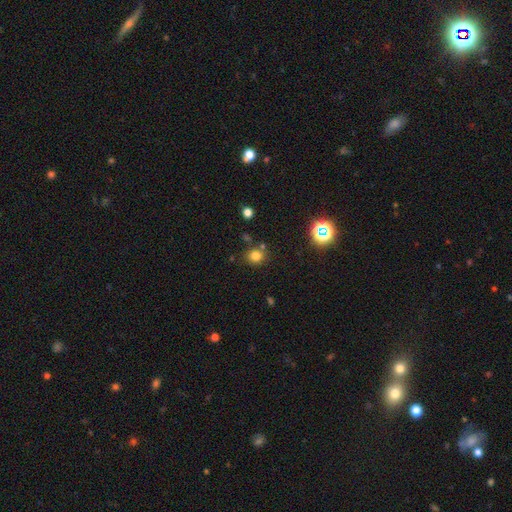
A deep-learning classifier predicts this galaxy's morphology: smooth_or_featured: smooth (p=0.77) [alt: star or artifact p=0.16]
how_rounded: round (p=0.81) [alt: in between p=0.18]
merging: none (p=0.76) [alt: minor disturbance p=0.11]